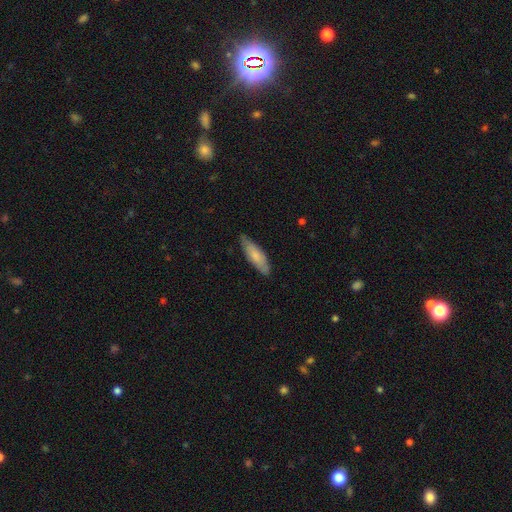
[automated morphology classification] Smooth or featured? Predicted: smooth (p=0.73). How rounded? Predicted: cigar-shaped (p=0.57). Merging? Predicted: none (p=0.81).